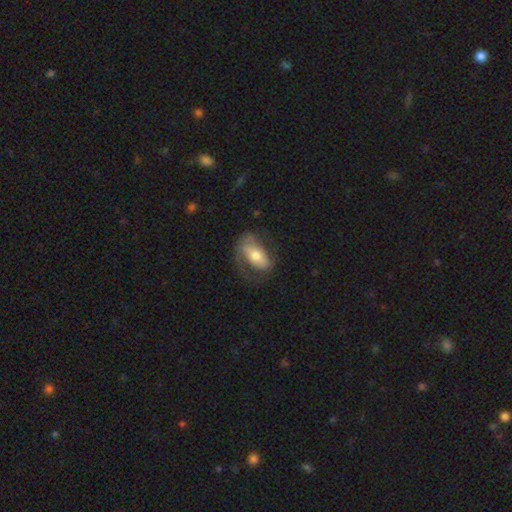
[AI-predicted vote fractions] Smooth or featured? Predicted: smooth (p=0.50). How rounded? Predicted: in between (p=0.86). Merging? Predicted: none (p=0.50).